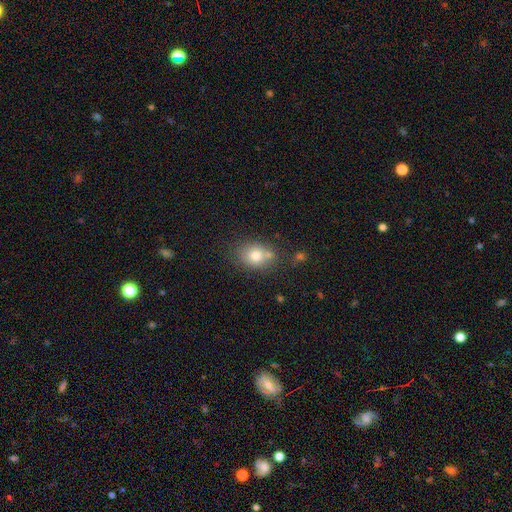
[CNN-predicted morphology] This is likely a smooth galaxy (77%). How rounded: possibly round (50%). Merging: likely none (65%).